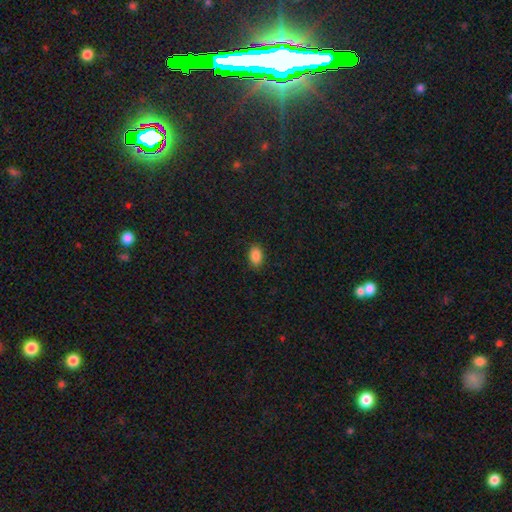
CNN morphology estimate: A smooth galaxy with no disk features (88%) that is in between round and cigar-shaped (88%).

Vote fractions:
- Smooth or featured? smooth: 88% / star or artifact: 9% / featured or disk: 3%
- How rounded? in between: 88% / round: 10% / cigar-shaped: 2%
- Merging? none: 87% / minor disturbance: 10% / major disturbance: 2% / merger: 1%